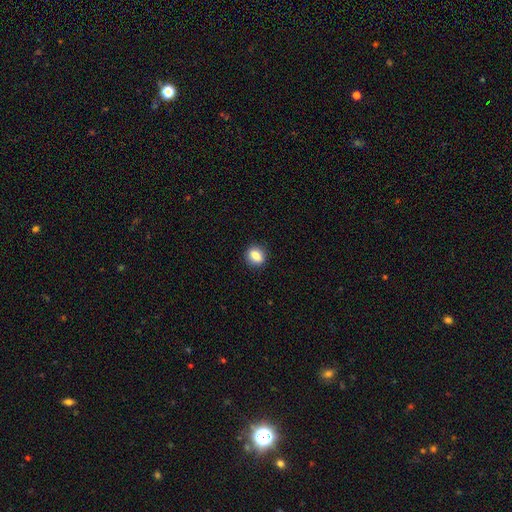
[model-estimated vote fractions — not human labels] smooth_or_featured: smooth (p=0.84) [alt: star or artifact p=0.09]
how_rounded: round (p=0.55) [alt: in between p=0.43]
merging: none (p=0.89) [alt: minor disturbance p=0.08]